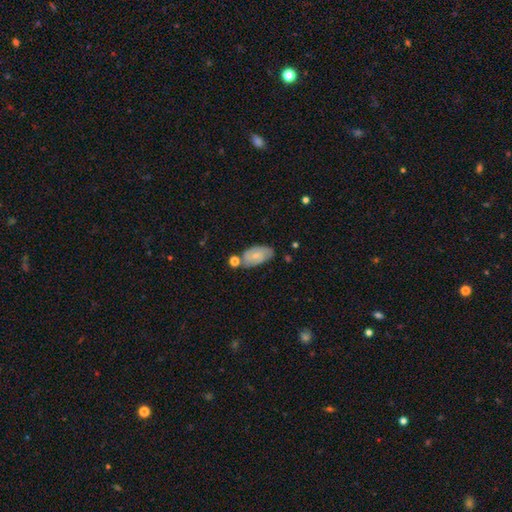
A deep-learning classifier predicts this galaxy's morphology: Smooth or featured? Predicted: featured or disk (p=0.50). Merging? Predicted: none (p=0.58).